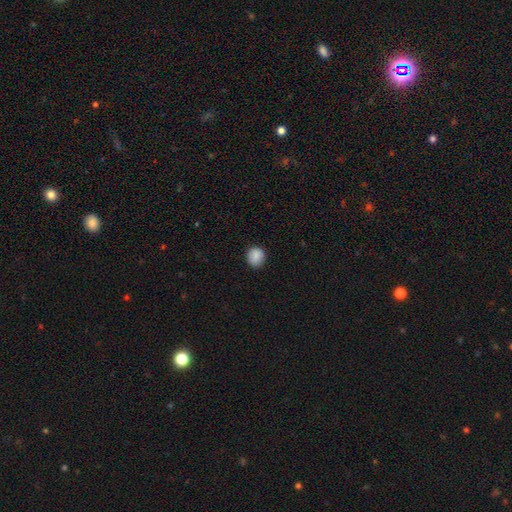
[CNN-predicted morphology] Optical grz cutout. It shows a smooth galaxy with no disk features (86%) that is round (83%). Merging: none (86%).